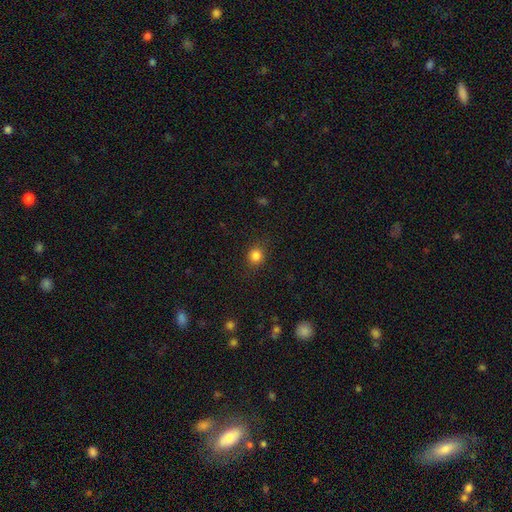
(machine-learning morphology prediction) Smooth or featured? Predicted: smooth (p=0.84). How rounded? Predicted: round (p=0.82). Merging? Predicted: none (p=0.86).